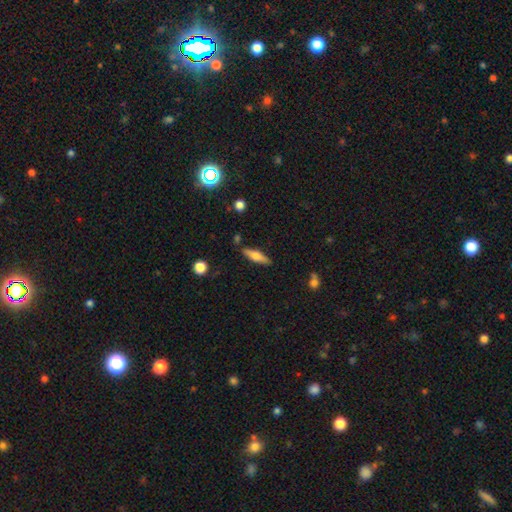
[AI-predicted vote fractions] Smooth or featured? smooth (54%)
How rounded? cigar-shaped (63%)
Merging? none (84%)